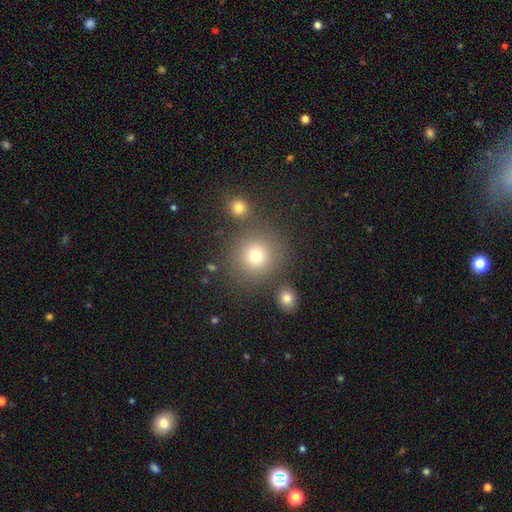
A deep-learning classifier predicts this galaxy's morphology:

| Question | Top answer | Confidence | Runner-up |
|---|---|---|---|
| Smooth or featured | smooth | 76% | star or artifact (15%) |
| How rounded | round | 92% | in between (7%) |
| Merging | none | 80% | merger (8%) |